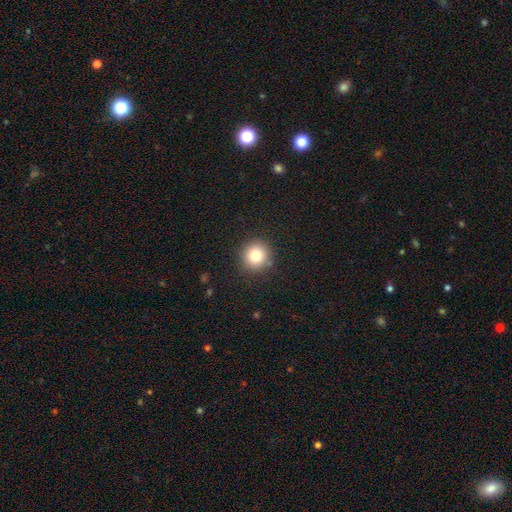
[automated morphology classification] This is likely a smooth galaxy (80%). How rounded: clearly round (93%). Merging: clearly none (89%).